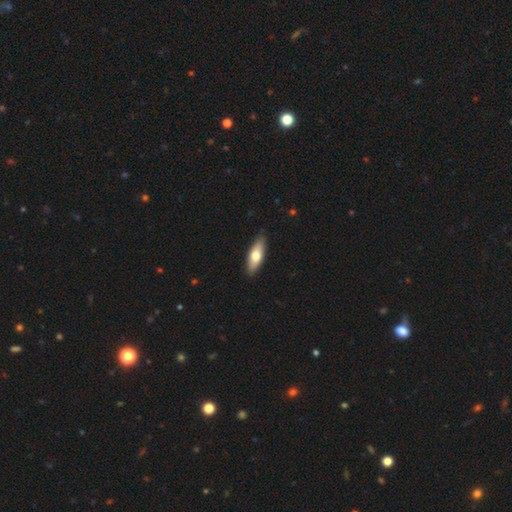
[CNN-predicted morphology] Smooth or featured: smooth — 69% (featured or disk — 26%)
How rounded: in between — 64% (cigar-shaped — 34%)
Merging: none — 87% (minor disturbance — 10%)